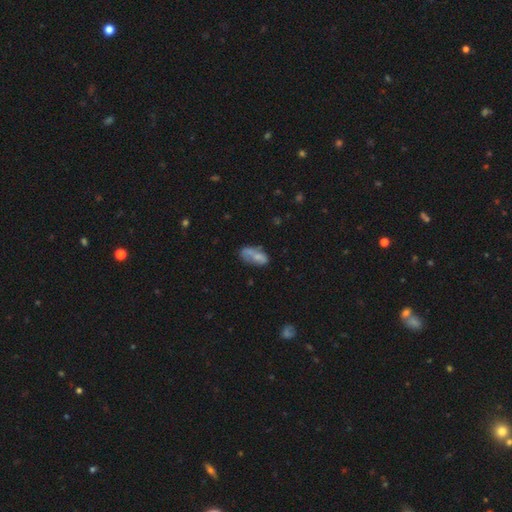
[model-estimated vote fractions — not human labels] Overall: smooth (60%; featured or disk 31%). How rounded: in between (88%). Merging: none (41%; minor disturbance 26%).